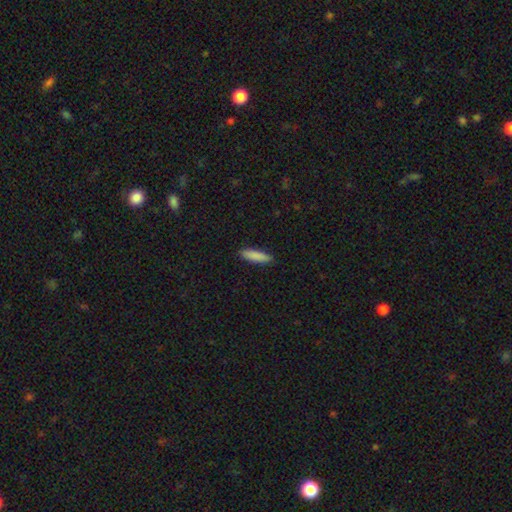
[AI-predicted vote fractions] The model was most divided on "how rounded": cigar-shaped: 71%, in between: 27%, round: 1%. More confident: merging — none (90%); smooth or featured — smooth (87%).